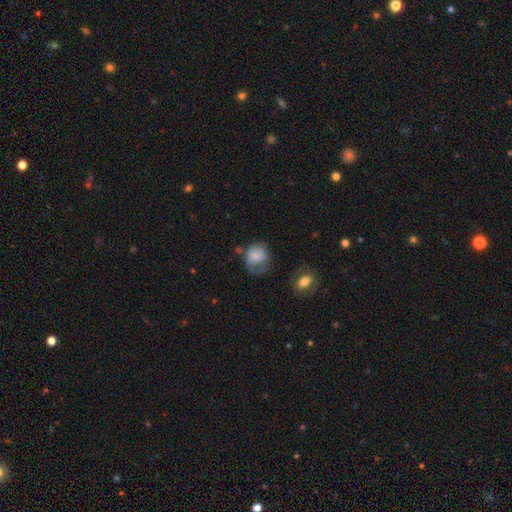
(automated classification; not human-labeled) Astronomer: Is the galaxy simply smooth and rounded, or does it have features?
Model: smooth — 69%.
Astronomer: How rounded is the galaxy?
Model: round — 62% (runner-up: in between, 37%).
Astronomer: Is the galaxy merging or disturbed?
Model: major disturbance — 33%, tied with none at 33%.